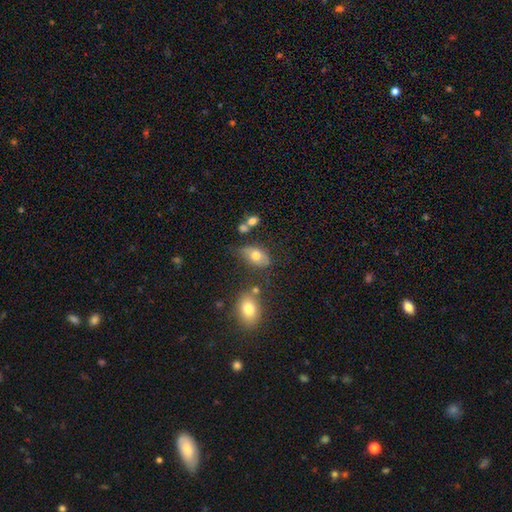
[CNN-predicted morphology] The model was most divided on "merging": none: 51%, minor disturbance: 27%, merger: 12%, major disturbance: 10%. More confident: how rounded — in between (87%); smooth or featured — smooth (72%).